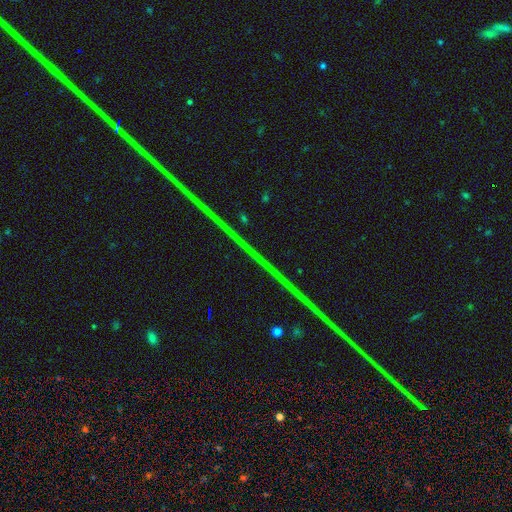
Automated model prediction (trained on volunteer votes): A star or artifact, not a galaxy (88%).